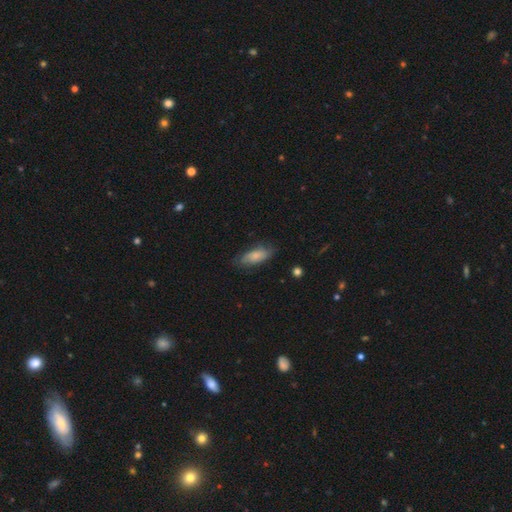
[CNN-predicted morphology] This appears to be a smooth galaxy with no disk features (72%) that is in between round and cigar-shaped (79%). Merging: none (72%).